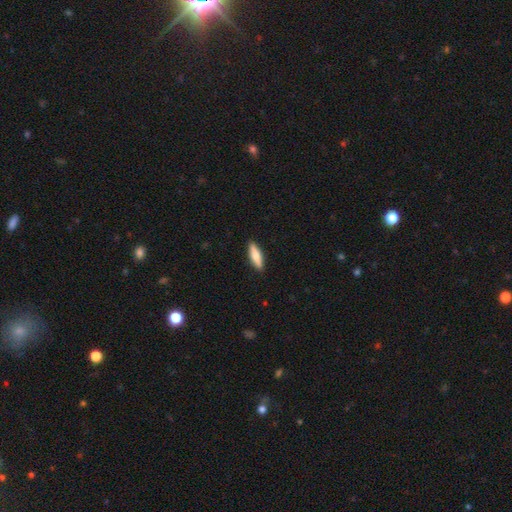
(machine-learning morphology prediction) Smooth or featured? smooth (67%)
How rounded? cigar-shaped (59%)
Merging? none (90%)